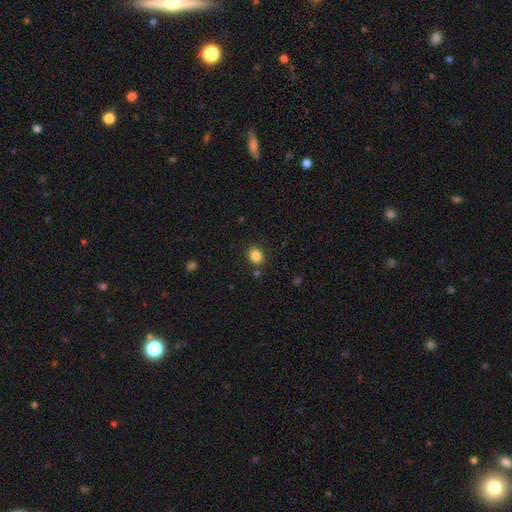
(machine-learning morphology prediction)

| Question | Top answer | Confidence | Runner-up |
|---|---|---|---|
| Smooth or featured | smooth | 85% | star or artifact (10%) |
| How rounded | round | 55% | in between (44%) |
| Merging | none | 83% | minor disturbance (9%) |